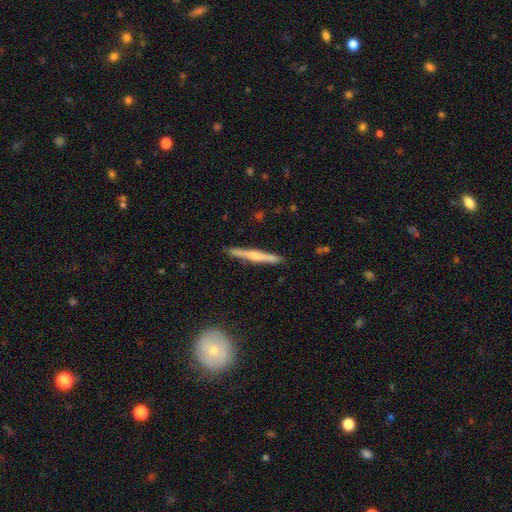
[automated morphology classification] Overall: featured or disk (64%; smooth 30%). Edge-on disk: yes (98%). Edge-on bulge: rounded (81%). Merging: none (91%).